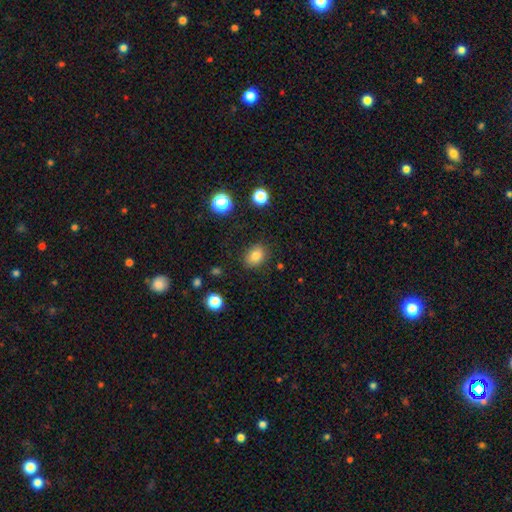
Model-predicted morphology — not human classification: Smooth or featured? Predicted: smooth (p=0.81). How rounded? Predicted: in between (p=0.60). Merging? Predicted: none (p=0.85).